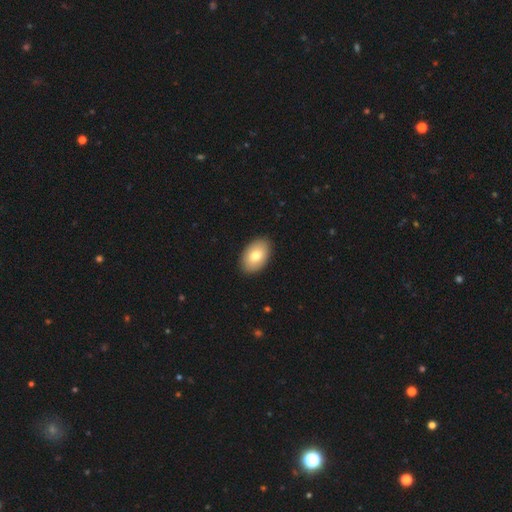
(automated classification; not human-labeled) Smooth or featured: smooth — 78% (featured or disk — 15%)
How rounded: in between — 92% (round — 7%)
Merging: none — 90% (minor disturbance — 7%)